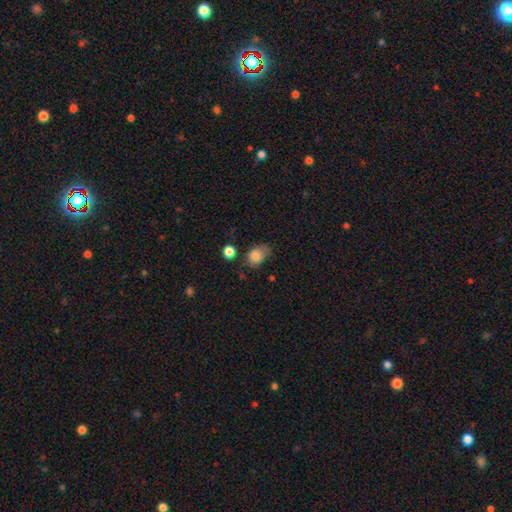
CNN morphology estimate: A smooth galaxy with no disk features (82%) that is in between round and cigar-shaped (71%).

Vote fractions:
- Smooth or featured? smooth: 82% / star or artifact: 9% / featured or disk: 8%
- How rounded? in between: 71% / round: 28% / cigar-shaped: 1%
- Merging? none: 50% / minor disturbance: 34% / major disturbance: 12% / merger: 4%